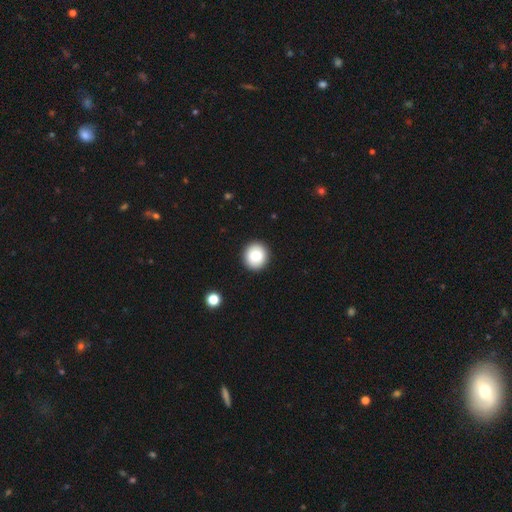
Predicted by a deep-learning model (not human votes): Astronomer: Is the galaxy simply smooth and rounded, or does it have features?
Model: smooth — 81%.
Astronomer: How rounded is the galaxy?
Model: round — 88%.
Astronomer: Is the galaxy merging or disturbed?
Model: none — 93%.